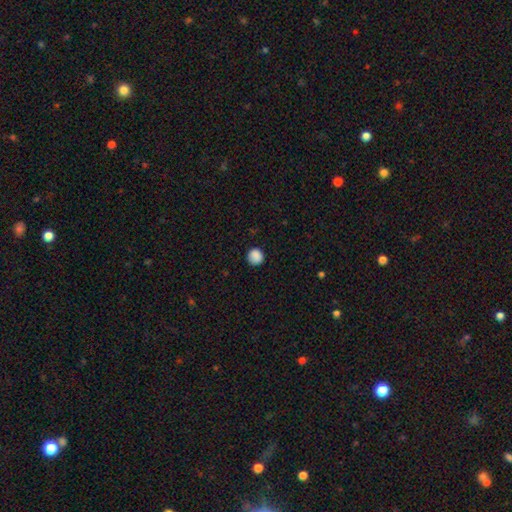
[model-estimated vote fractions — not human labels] Smooth or featured?
  - smooth: 88% *
  - star or artifact: 9%
  - featured or disk: 3%
How rounded?
  - round: 92% *
  - in between: 7%
  - cigar-shaped: 1%
Merging?
  - none: 88% *
  - minor disturbance: 9%
  - major disturbance: 2%
  - merger: 1%